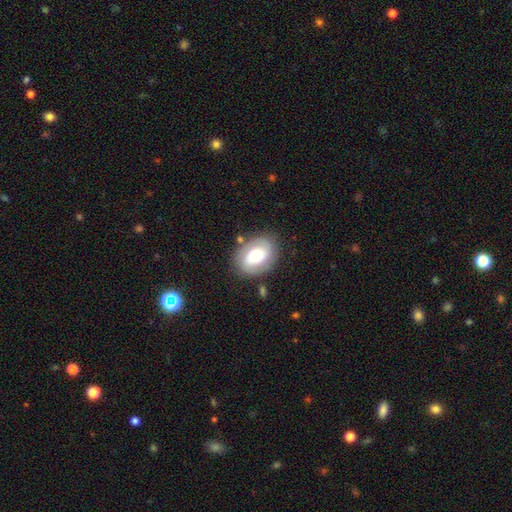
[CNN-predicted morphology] Smooth or featured?
  - smooth: 47% *
  - featured or disk: 46%
  - star or artifact: 7%
Merging?
  - none: 78% *
  - minor disturbance: 14%
  - major disturbance: 5%
  - merger: 3%